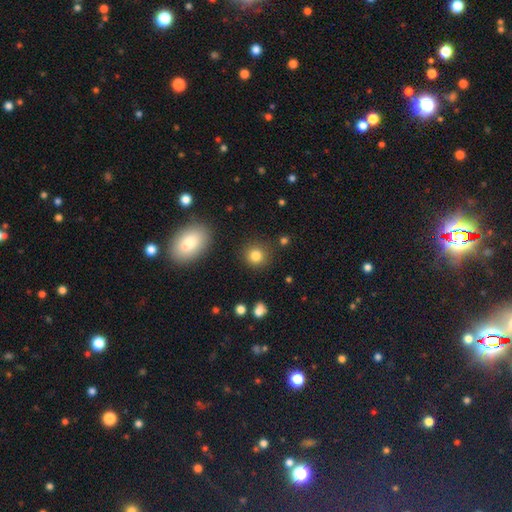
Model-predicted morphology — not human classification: This appears to be a smooth galaxy with no disk features (83%) that is round (89%). Merging: none (87%).